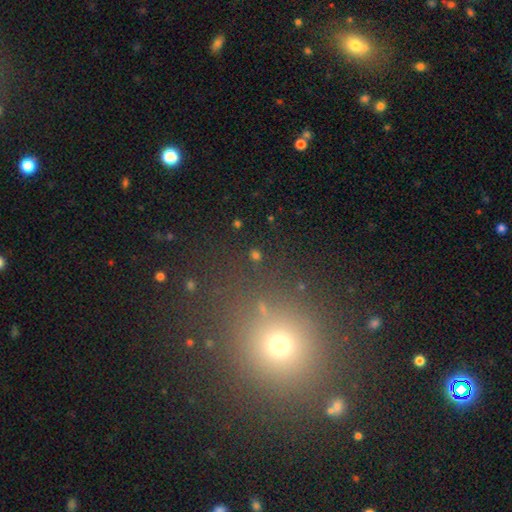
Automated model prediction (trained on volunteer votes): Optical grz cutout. It shows a smooth galaxy with no disk features (46%). Merging: none (81%).